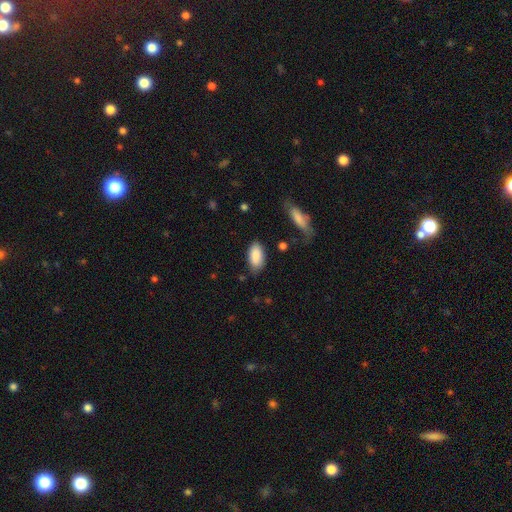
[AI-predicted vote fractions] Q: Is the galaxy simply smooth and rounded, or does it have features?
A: smooth — 89%.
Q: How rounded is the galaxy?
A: in between — 93%.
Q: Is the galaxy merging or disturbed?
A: none — 80%.